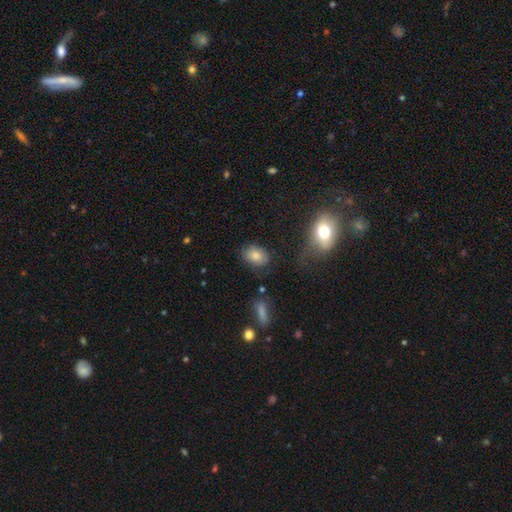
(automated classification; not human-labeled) Smooth or featured? Predicted: smooth (p=0.81). How rounded? Predicted: in between (p=0.79). Merging? Predicted: none (p=0.75).